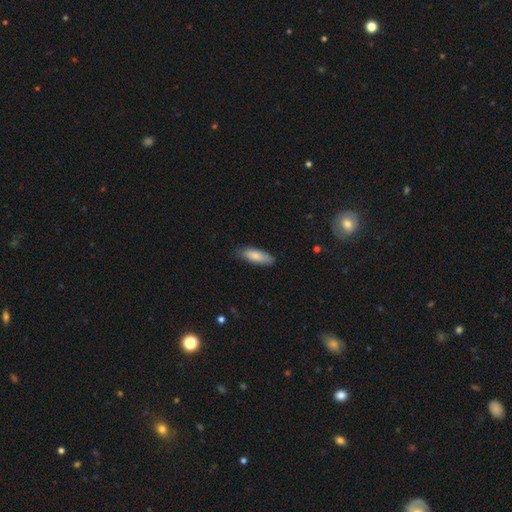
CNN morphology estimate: smooth-or-featured: smooth: 84% | featured or disk: 10% | star or artifact: 6%
  how-rounded: in between: 59% | cigar-shaped: 39% | round: 2%
  merging: none: 79% | minor disturbance: 18% | major disturbance: 3% | merger: 1%